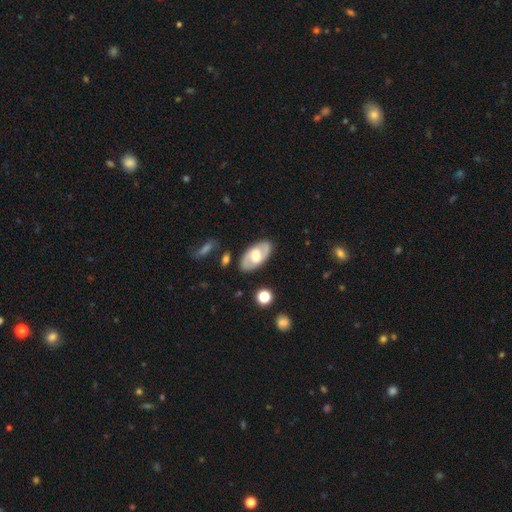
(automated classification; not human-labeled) Smooth or featured: featured or disk — 62% (smooth — 32%)
Edge-on disk: no — 91% (yes — 9%)
Bar: weak — 45% (no — 34%)
Spiral arms: yes — 72% (no — 28%)
Bulge size: moderate — 53% (large — 28%)
Merging: none — 84% (minor disturbance — 11%)